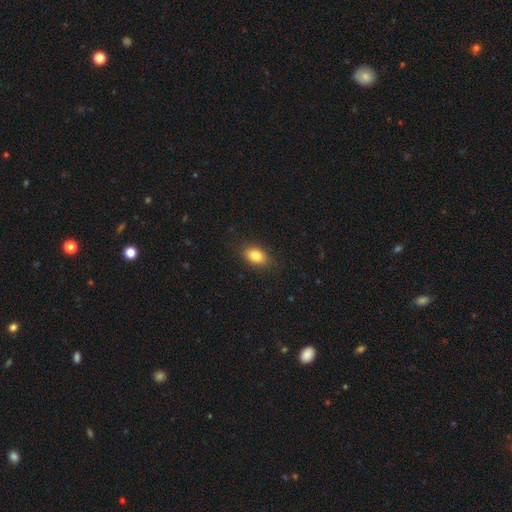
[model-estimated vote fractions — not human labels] A smooth galaxy with no disk features (84%) that is in between round and cigar-shaped (86%). Merging: none (87%).